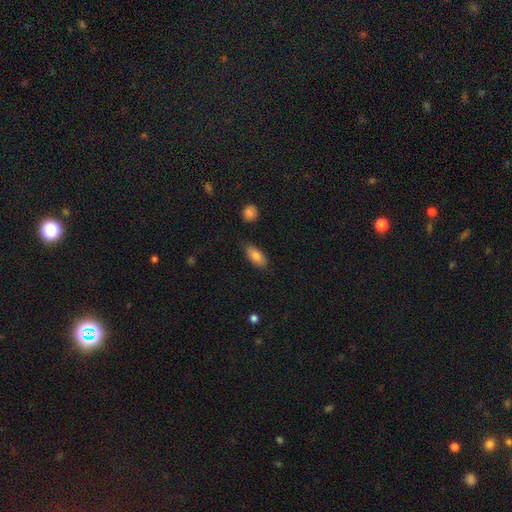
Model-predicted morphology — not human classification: Smooth or featured: smooth — 81% (featured or disk — 12%)
How rounded: in between — 88% (cigar-shaped — 9%)
Merging: none — 82% (minor disturbance — 14%)